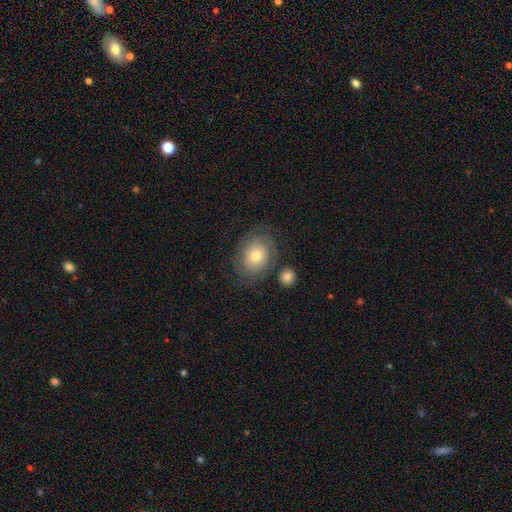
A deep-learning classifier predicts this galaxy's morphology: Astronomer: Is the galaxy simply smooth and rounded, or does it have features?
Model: smooth — 60%.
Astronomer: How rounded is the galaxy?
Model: round — 50% (runner-up: in between, 49%).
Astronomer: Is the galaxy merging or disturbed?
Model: none — 69%.